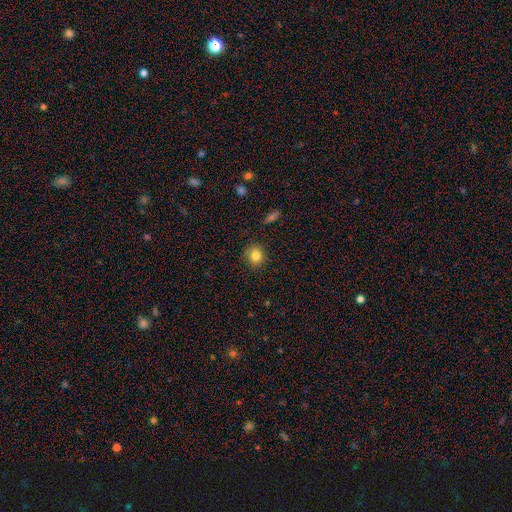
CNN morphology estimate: A smooth galaxy with no disk features (82%) that is round (83%). Merging: none (84%).